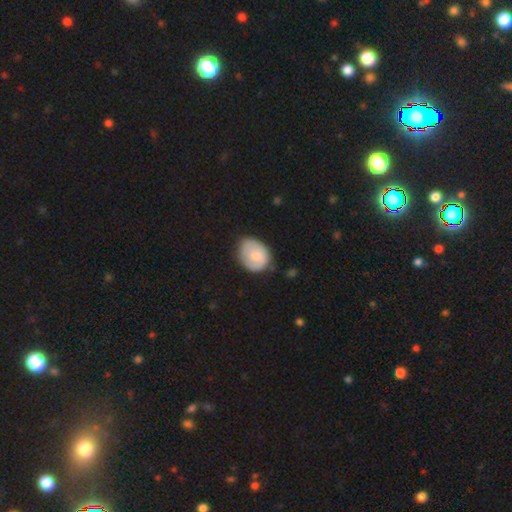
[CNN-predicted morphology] Smooth or featured?
  - smooth: 68% *
  - featured or disk: 26%
  - star or artifact: 6%
How rounded?
  - in between: 61% *
  - round: 38%
  - cigar-shaped: 1%
Merging?
  - none: 63% *
  - minor disturbance: 27%
  - major disturbance: 7%
  - merger: 2%